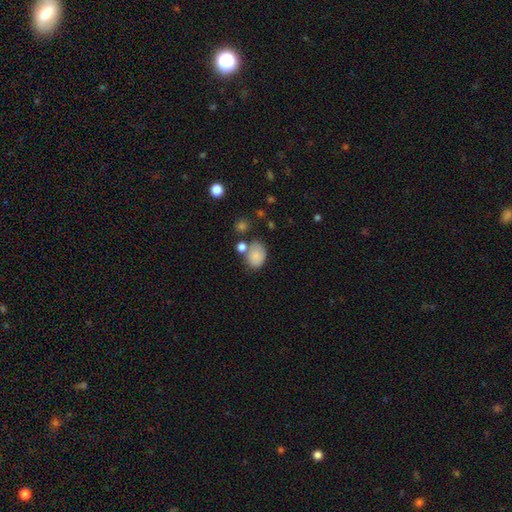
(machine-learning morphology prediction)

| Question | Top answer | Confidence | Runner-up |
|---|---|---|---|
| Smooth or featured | smooth | 82% | star or artifact (9%) |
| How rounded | in between | 66% | round (33%) |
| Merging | none | 54% | minor disturbance (21%) |